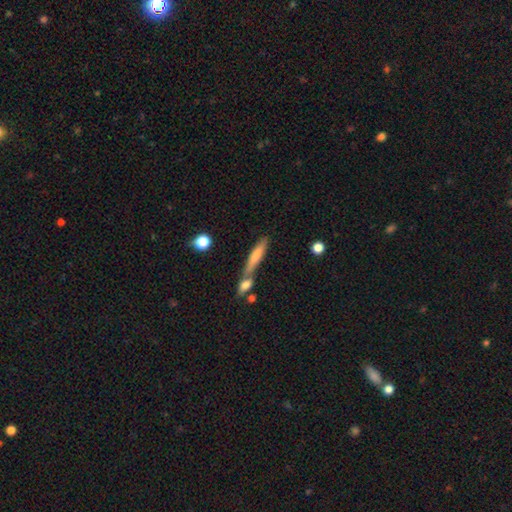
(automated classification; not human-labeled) Smooth or featured? smooth (53%)
How rounded? cigar-shaped (86%)
Merging? none (57%)